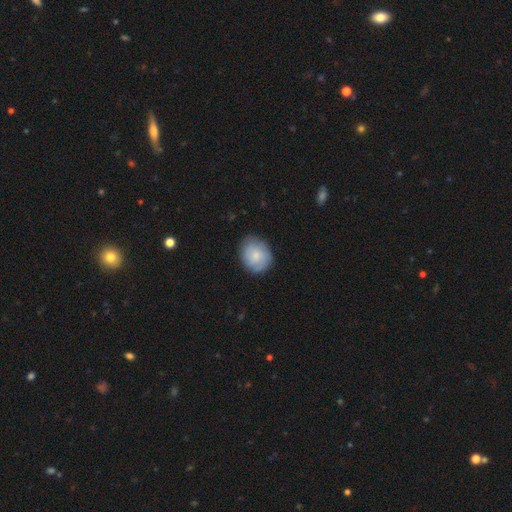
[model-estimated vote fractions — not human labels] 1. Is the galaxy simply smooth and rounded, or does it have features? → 67% smooth, 27% featured or disk, 7% star or artifact.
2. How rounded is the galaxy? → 65% round, 34% in between, 1% cigar-shaped.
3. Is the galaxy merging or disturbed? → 78% none, 17% minor disturbance, 4% major disturbance, 1% merger.